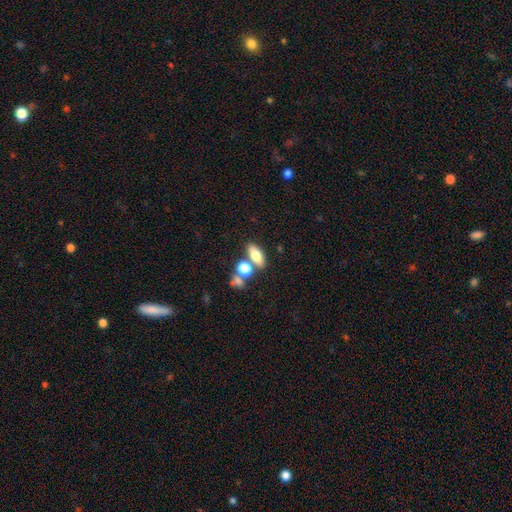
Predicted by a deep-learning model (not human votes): Smooth or featured?
  - smooth: 72% *
  - featured or disk: 19%
  - star or artifact: 10%
How rounded?
  - in between: 73% *
  - cigar-shaped: 14%
  - round: 13%
Merging?
  - none: 63% *
  - merger: 23%
  - minor disturbance: 10%
  - major disturbance: 4%